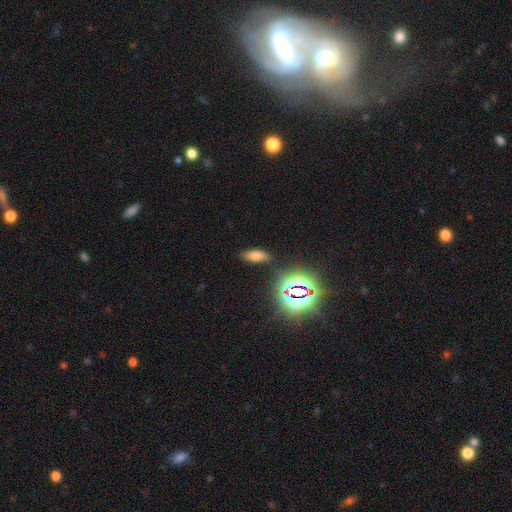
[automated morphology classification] This is likely a smooth galaxy (63%). How rounded: likely in between (78%). Merging: clearly none (84%).